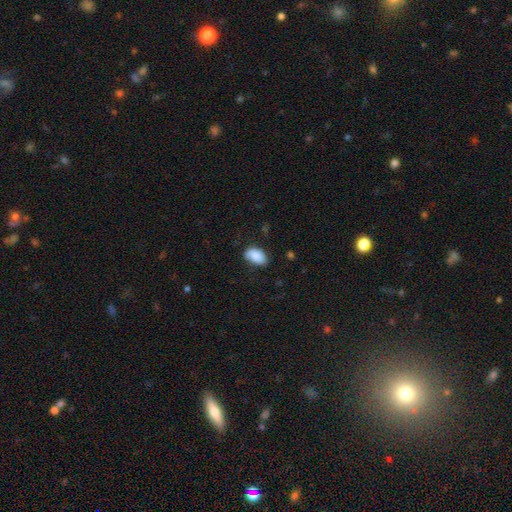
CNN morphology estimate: Q: Smooth or featured?
A: smooth (84%); runner-up: featured or disk (9%)
Q: How rounded?
A: in between (92%); runner-up: round (6%)
Q: Merging?
A: none (68%); runner-up: minor disturbance (25%)